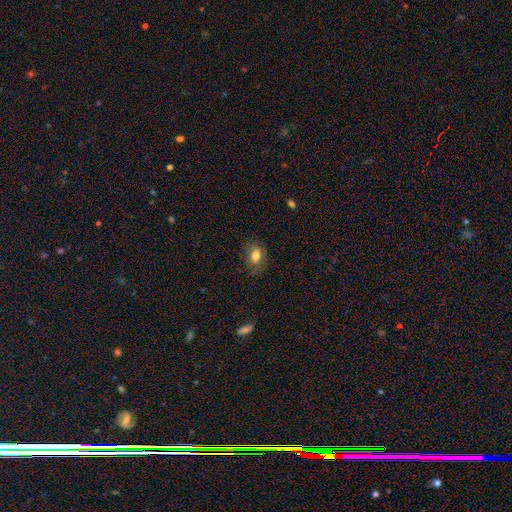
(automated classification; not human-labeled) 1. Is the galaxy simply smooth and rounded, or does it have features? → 75% smooth, 15% featured or disk, 10% star or artifact.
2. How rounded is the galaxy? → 70% in between, 28% round, 2% cigar-shaped.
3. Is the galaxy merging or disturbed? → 76% none, 18% minor disturbance, 5% major disturbance, 1% merger.